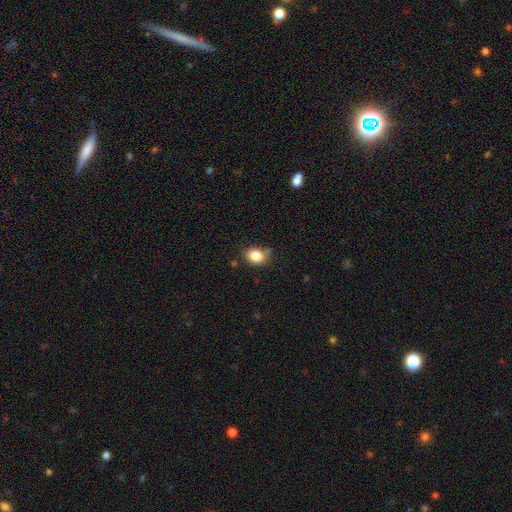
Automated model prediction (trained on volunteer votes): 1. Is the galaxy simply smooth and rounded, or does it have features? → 85% smooth, 10% star or artifact, 6% featured or disk.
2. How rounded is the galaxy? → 54% in between, 45% round, 1% cigar-shaped.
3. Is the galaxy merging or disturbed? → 67% none, 24% minor disturbance, 5% major disturbance, 4% merger.